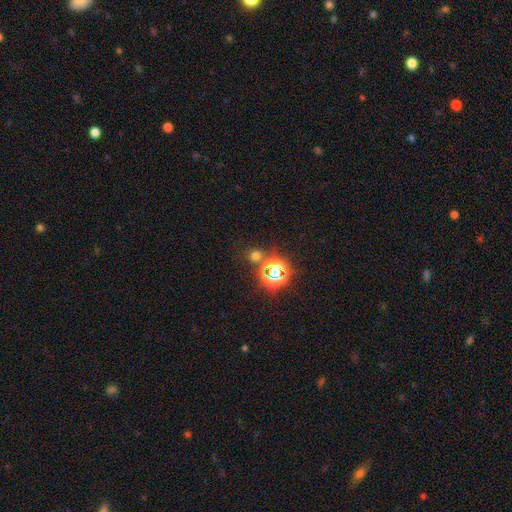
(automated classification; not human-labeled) smooth-or-featured: smooth: 56% | star or artifact: 38% | featured or disk: 7%
  how-rounded: round: 86% | in between: 13% | cigar-shaped: 1%
  merging: none: 75% | merger: 13% | minor disturbance: 8% | major disturbance: 4%